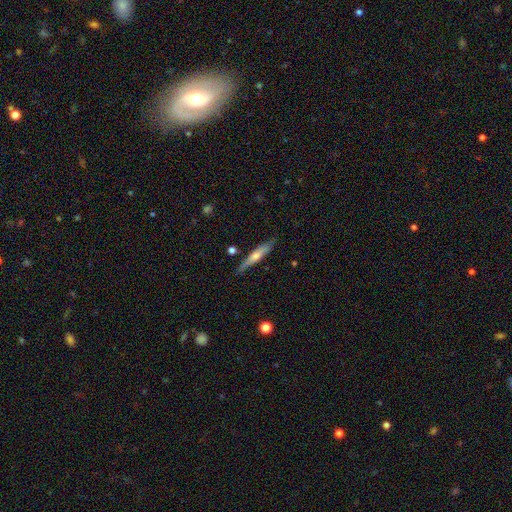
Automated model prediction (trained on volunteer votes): Q: Smooth or featured?
A: featured or disk (51%); runner-up: smooth (43%)
Q: Edge-on disk?
A: yes (93%); runner-up: no (7%)
Q: Merging?
A: none (83%); runner-up: minor disturbance (13%)